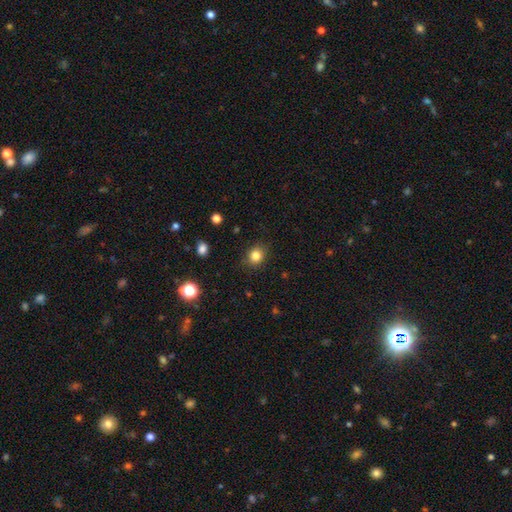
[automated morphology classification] Smooth or featured? smooth (83%)
How rounded? round (73%)
Merging? none (85%)